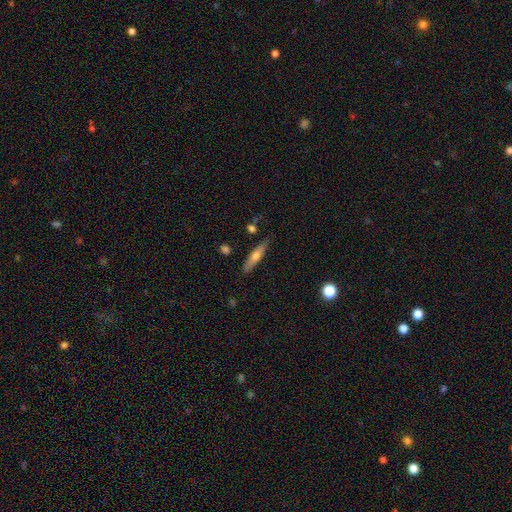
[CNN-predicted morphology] Smooth or featured? smooth (49%)
Merging? none (84%)